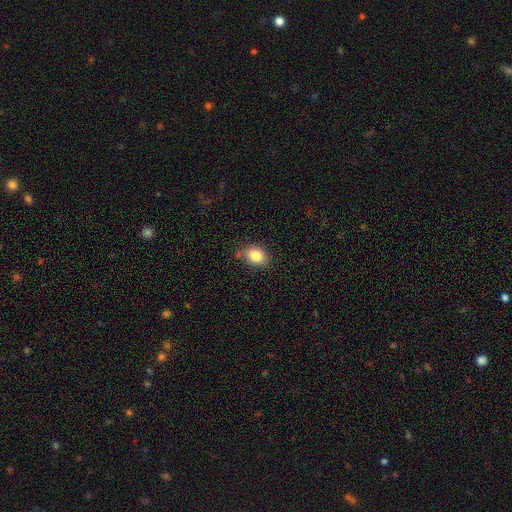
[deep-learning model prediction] Smooth or featured: smooth — 85% (star or artifact — 9%)
How rounded: in between — 63% (round — 36%)
Merging: none — 78% (minor disturbance — 15%)